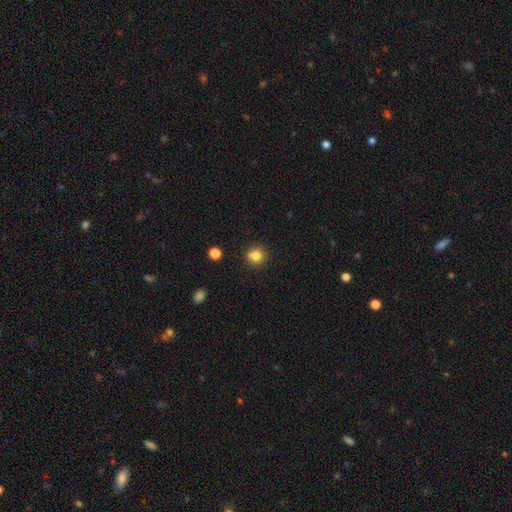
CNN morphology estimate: A smooth galaxy with no disk features (80%) that is round (87%).

Vote fractions:
- Smooth or featured? smooth: 80% / star or artifact: 12% / featured or disk: 8%
- How rounded? round: 87% / in between: 12% / cigar-shaped: 1%
- Merging? none: 69% / merger: 16% / minor disturbance: 12% / major disturbance: 3%